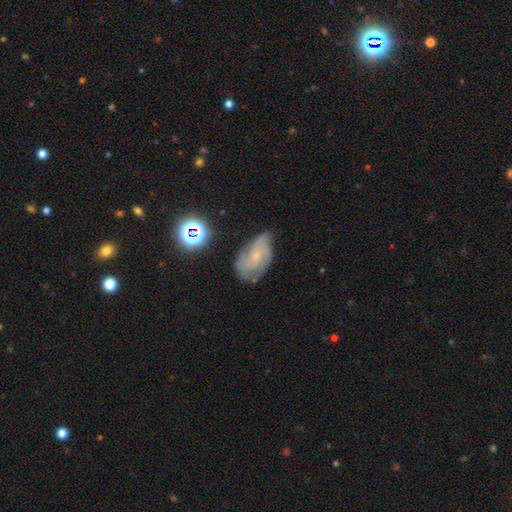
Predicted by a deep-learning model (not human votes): Smooth or featured?
  - featured or disk: 67% *
  - smooth: 21%
  - star or artifact: 12%
Edge-on disk?
  - no: 96% *
  - yes: 4%
Bar?
  - no: 68% *
  - weak: 28%
  - strong: 4%
Spiral arms?
  - yes: 89% *
  - no: 11%
Spiral winding?
  - medium: 45% *
  - tight: 35%
  - loose: 20%
Spiral arm count?
  - 2: 29% *
  - 3: 28%
  - can't tell: 28%
  - 4: 7%
  - 1: 4%
  - more than 4: 4%
Bulge size?
  - small: 73% *
  - moderate: 19%
  - none: 7%
  - large: 1%
  - dominant: 1%
Merging?
  - none: 53% *
  - minor disturbance: 32%
  - major disturbance: 12%
  - merger: 3%